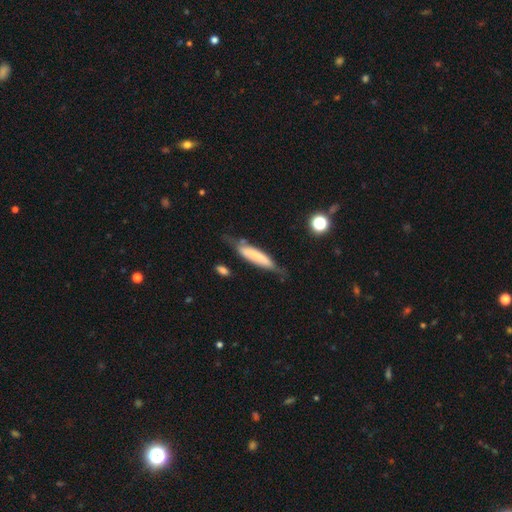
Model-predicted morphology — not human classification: A smooth galaxy with no disk features (64%) that is cigar-shaped (80%). Merging: none (51%).